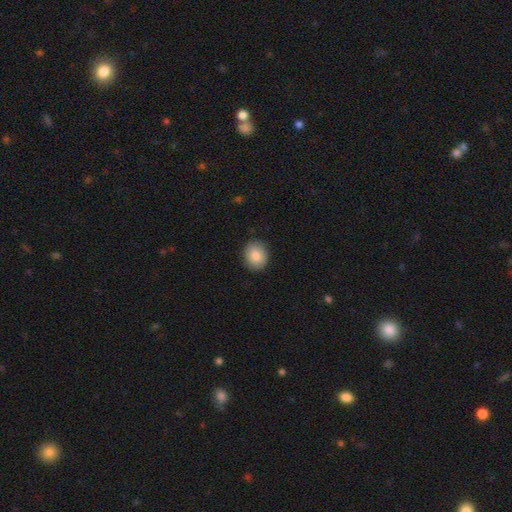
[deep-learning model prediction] This appears to be a smooth galaxy with no disk features (84%) that is round (64%). Merging: none (89%).